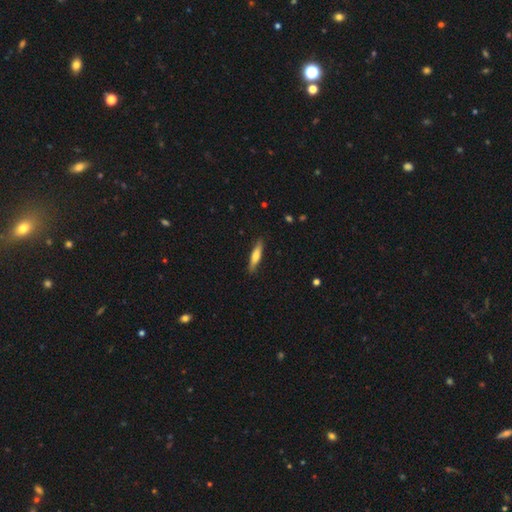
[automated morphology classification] smooth_or_featured: smooth (p=0.63) [alt: featured or disk p=0.32]
how_rounded: cigar-shaped (p=0.82) [alt: in between p=0.16]
merging: none (p=0.88) [alt: minor disturbance p=0.10]